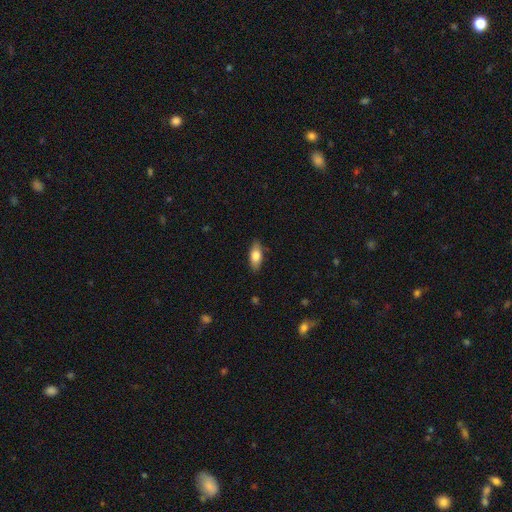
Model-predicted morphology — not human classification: type=smooth (76%); roundness=in between (82%); merging=none (85%).